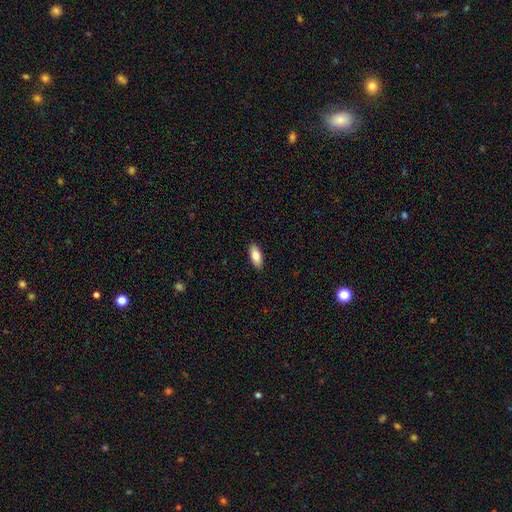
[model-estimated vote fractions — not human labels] The model was most divided on "how rounded": in between: 85%, cigar-shaped: 13%, round: 2%. More confident: merging — none (89%); smooth or featured — smooth (84%).